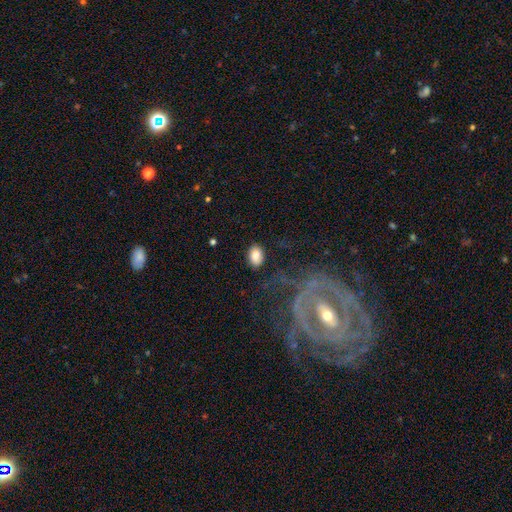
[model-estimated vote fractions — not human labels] Smooth or featured: smooth — 82% (featured or disk — 10%)
How rounded: in between — 80% (round — 19%)
Merging: none — 78% (minor disturbance — 14%)